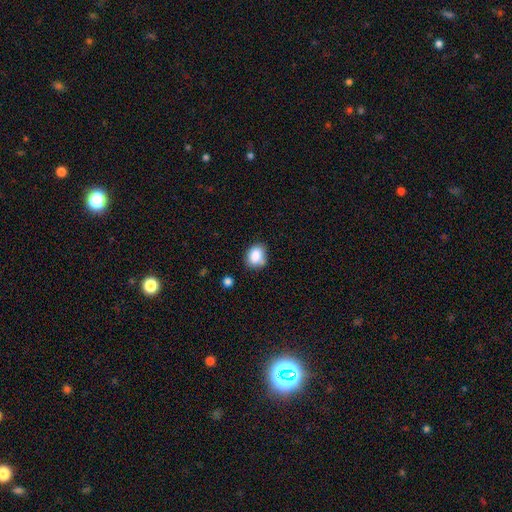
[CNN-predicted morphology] smooth 86%, star or artifact 9%, featured or disk 6%. Down the decision tree: how rounded — round (52%); merging — none (66%).